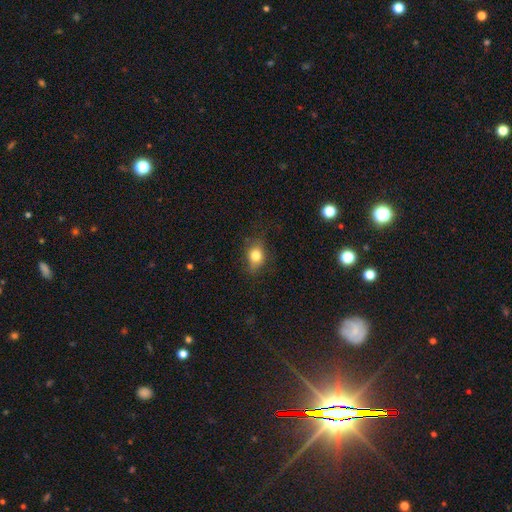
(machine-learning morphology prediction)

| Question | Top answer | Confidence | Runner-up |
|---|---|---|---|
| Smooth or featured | smooth | 79% | featured or disk (11%) |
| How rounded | in between | 58% | round (40%) |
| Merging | none | 71% | minor disturbance (21%) |